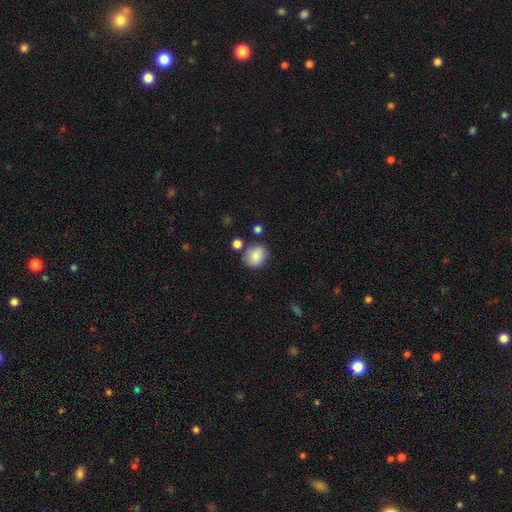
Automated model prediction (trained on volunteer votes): Q: Smooth or featured?
A: smooth (85%); runner-up: star or artifact (9%)
Q: How rounded?
A: round (64%); runner-up: in between (35%)
Q: Merging?
A: none (76%); runner-up: minor disturbance (13%)